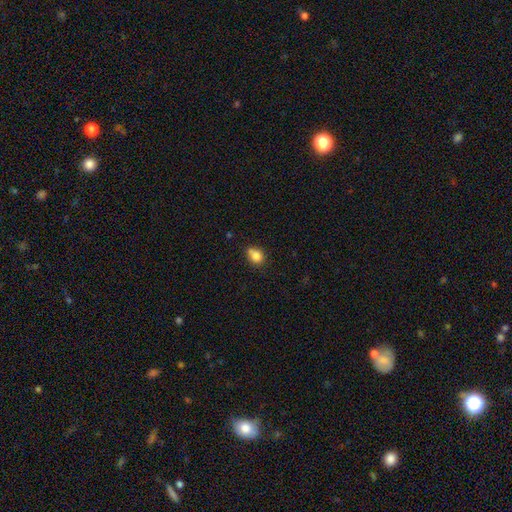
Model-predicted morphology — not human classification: Smooth or featured?
  - smooth: 81% *
  - star or artifact: 11%
  - featured or disk: 8%
How rounded?
  - round: 54% *
  - in between: 45%
  - cigar-shaped: 1%
Merging?
  - none: 55% *
  - minor disturbance: 27%
  - merger: 12%
  - major disturbance: 6%